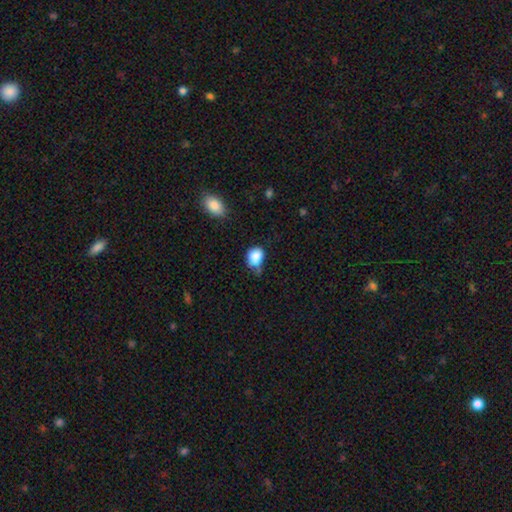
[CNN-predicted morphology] This appears to be a smooth galaxy with no disk features (84%) that is in between round and cigar-shaped (51%). Merging: minor disturbance (39%).